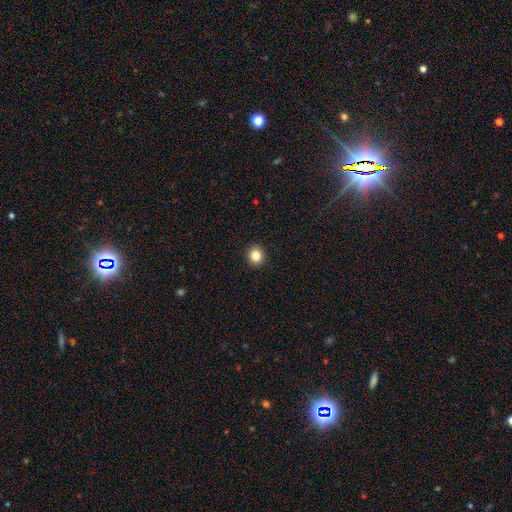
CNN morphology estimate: smooth_or_featured: smooth (p=0.84) [alt: star or artifact p=0.10]
how_rounded: round (p=0.85) [alt: in between p=0.14]
merging: none (p=0.93) [alt: minor disturbance p=0.05]